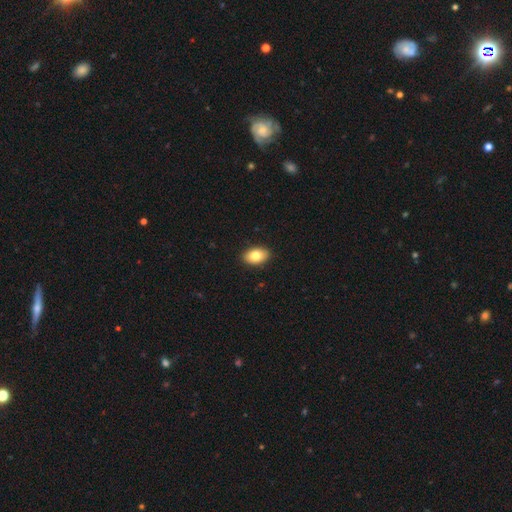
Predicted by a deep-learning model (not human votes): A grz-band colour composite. It shows a smooth galaxy with no disk features (81%) that is in between round and cigar-shaped (89%). Merging: none (90%).